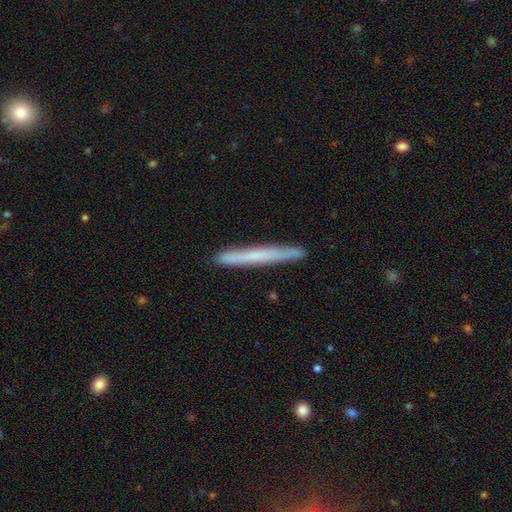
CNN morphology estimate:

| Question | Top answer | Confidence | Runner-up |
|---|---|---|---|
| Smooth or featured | smooth | 59% | featured or disk (35%) |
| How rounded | cigar-shaped | 97% | in between (2%) |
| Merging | none | 91% | minor disturbance (7%) |